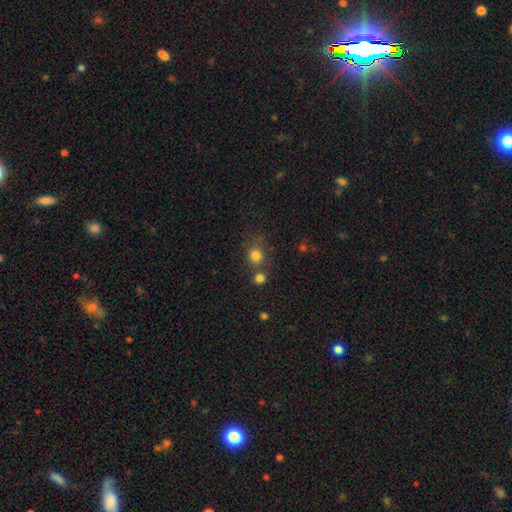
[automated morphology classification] smooth-or-featured: smooth: 79% | star or artifact: 14% | featured or disk: 7%
  how-rounded: round: 83% | in between: 16% | cigar-shaped: 1%
  merging: none: 62% | merger: 23% | minor disturbance: 10% | major disturbance: 5%